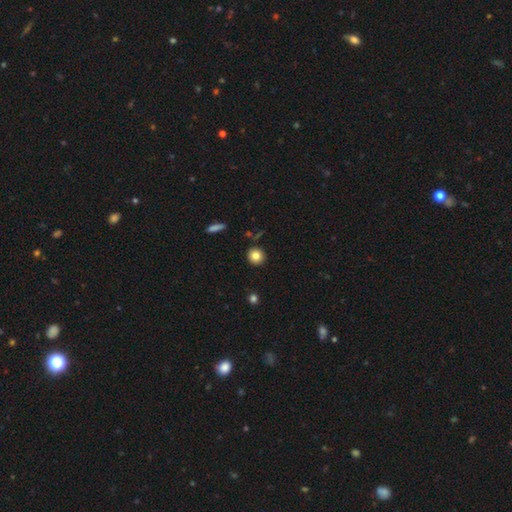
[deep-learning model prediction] A smooth galaxy with no disk features (82%) that is round (91%). Merging: none (90%).